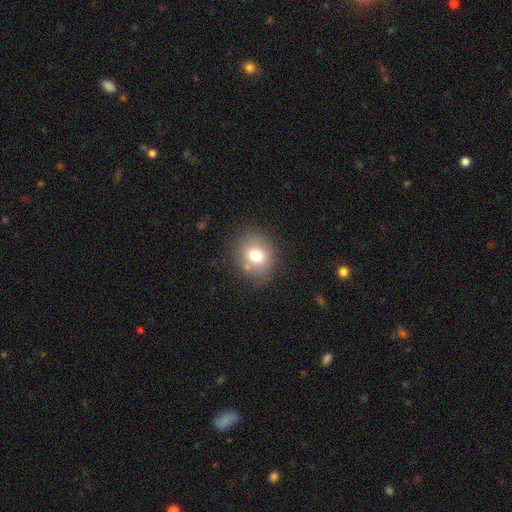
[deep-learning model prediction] smooth 74%, featured or disk 13%, star or artifact 12%. Down the decision tree: how rounded — round (66%); merging — none (79%).